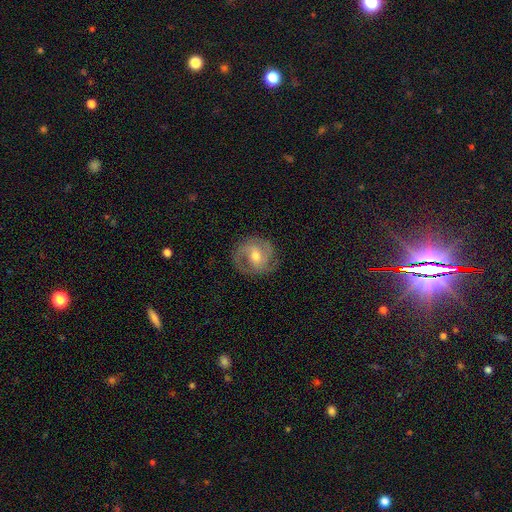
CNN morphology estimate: Smooth or featured? Predicted: featured or disk (p=0.79). Edge-on disk? Predicted: no (p=0.97). Bar? Predicted: weak (p=0.44). Spiral arms? Predicted: yes (p=0.94). Spiral winding? Predicted: medium (p=0.46). Spiral arm count? Predicted: 2 (p=0.50). Bulge size? Predicted: moderate (p=0.67). Merging? Predicted: none (p=0.79).